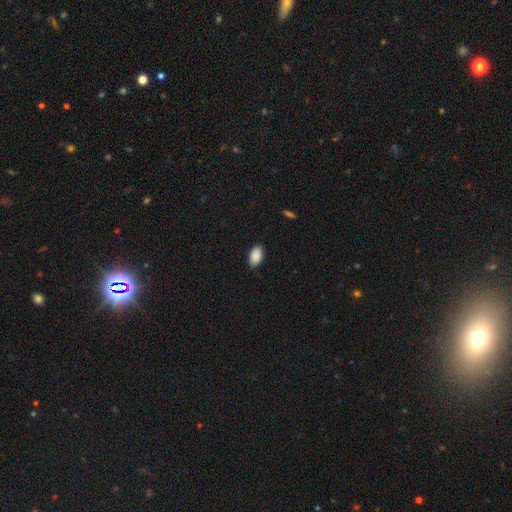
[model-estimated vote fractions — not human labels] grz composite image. It shows a smooth galaxy with no disk features (90%) that is in between round and cigar-shaped (93%). Merging: none (86%).